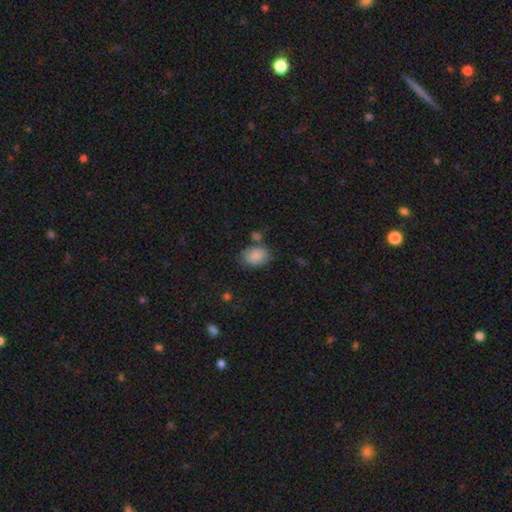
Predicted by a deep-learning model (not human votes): Overall: smooth (86%). How rounded: in between (68%; round 31%). Merging: none (67%).